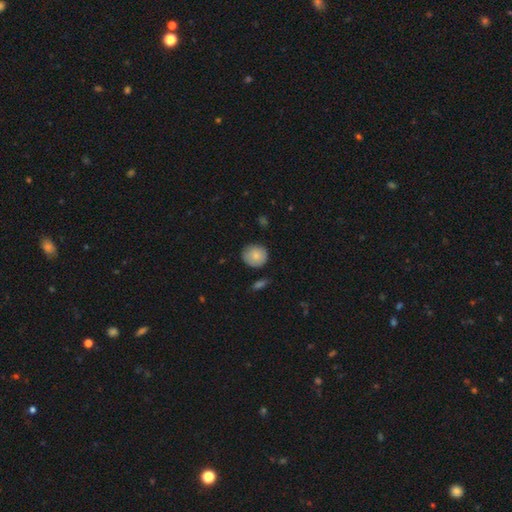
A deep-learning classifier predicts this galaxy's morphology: type=smooth (82%); roundness=round (84%); merging=none (76%).